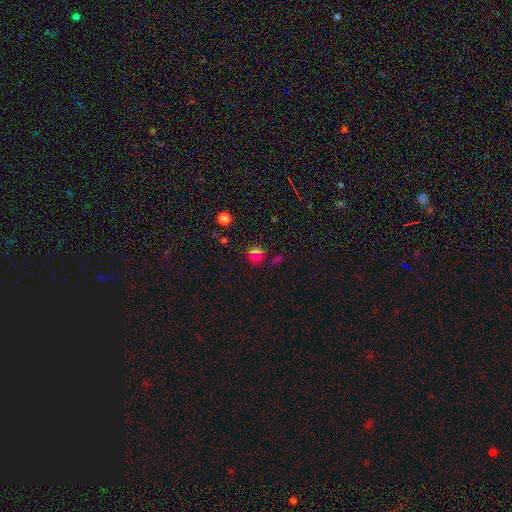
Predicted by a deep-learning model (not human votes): Smooth or featured: smooth — 52% (star or artifact — 39%)
How rounded: round — 84% (in between — 14%)
Merging: none — 78% (minor disturbance — 11%)